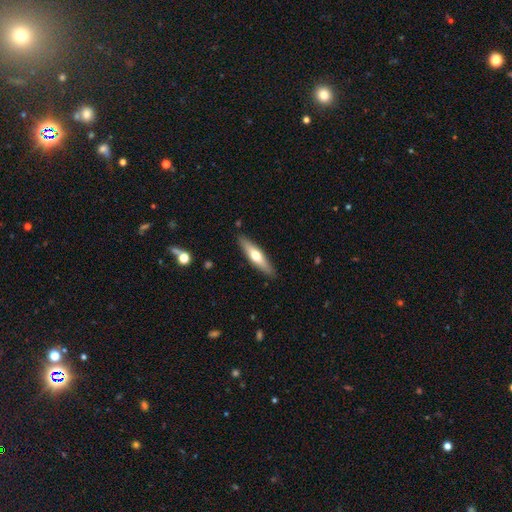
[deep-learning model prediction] A smooth galaxy with no disk features (48%). Merging: none (89%).